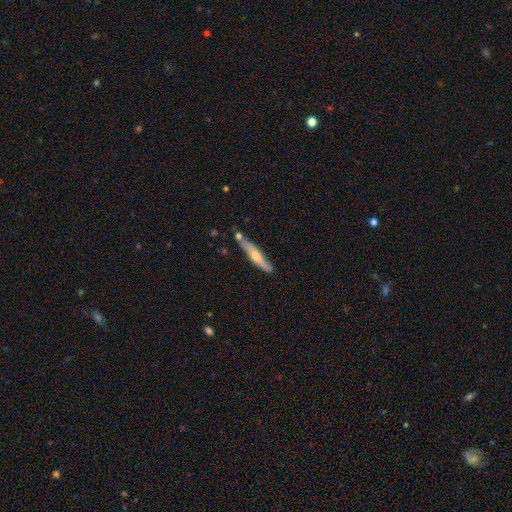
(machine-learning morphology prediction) Q: Smooth or featured?
A: featured or disk (53%); runner-up: smooth (41%)
Q: Edge-on disk?
A: yes (90%); runner-up: no (10%)
Q: Merging?
A: none (75%); runner-up: minor disturbance (16%)